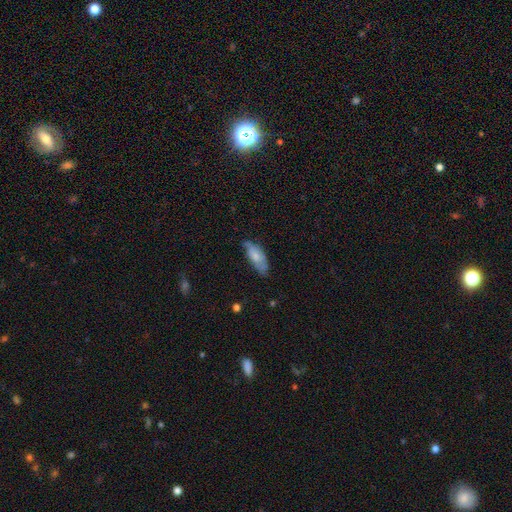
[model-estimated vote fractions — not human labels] smooth_or_featured: smooth (p=0.61) [alt: featured or disk p=0.32]
how_rounded: in between (p=0.78) [alt: cigar-shaped p=0.20]
merging: none (p=0.56) [alt: minor disturbance p=0.33]